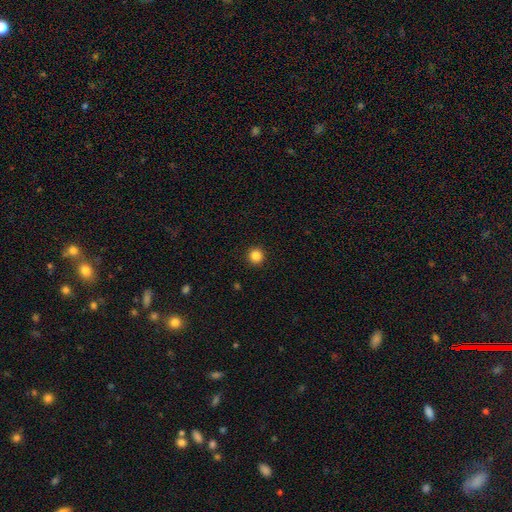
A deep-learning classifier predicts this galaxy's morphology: smooth-or-featured: smooth: 85% | star or artifact: 12% | featured or disk: 3%
  how-rounded: round: 95% | in between: 4% | cigar-shaped: 1%
  merging: none: 93% | minor disturbance: 4% | major disturbance: 2% | merger: 1%